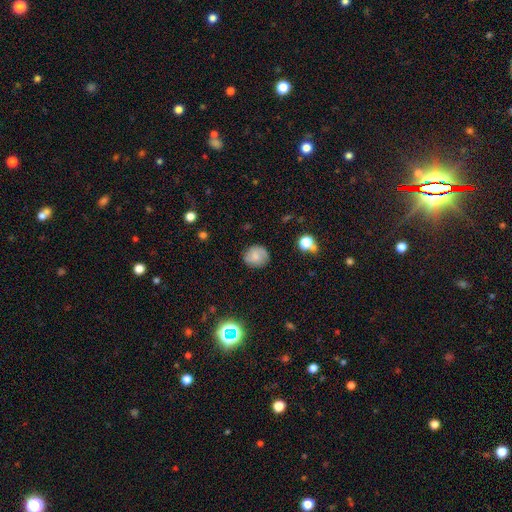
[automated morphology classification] A smooth galaxy with no disk features (63%) that is round (79%).

Vote fractions:
- Smooth or featured? smooth: 63% / featured or disk: 26% / star or artifact: 11%
- How rounded? round: 79% / in between: 20% / cigar-shaped: 1%
- Merging? none: 80% / minor disturbance: 15% / major disturbance: 4% / merger: 2%